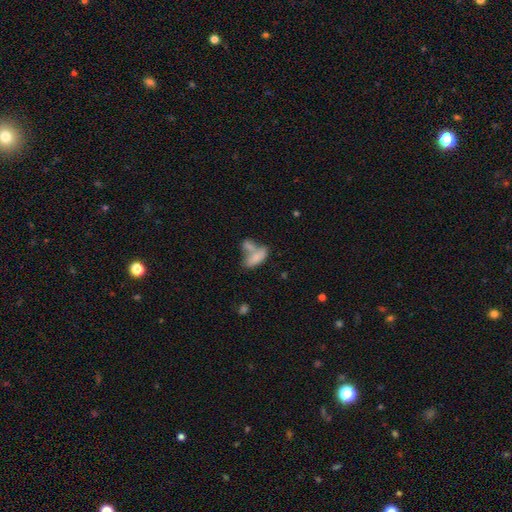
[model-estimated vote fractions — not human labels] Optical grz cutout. It shows a smooth galaxy with no disk features (76%) that is in between round and cigar-shaped (82%). Merging: merger (55%).